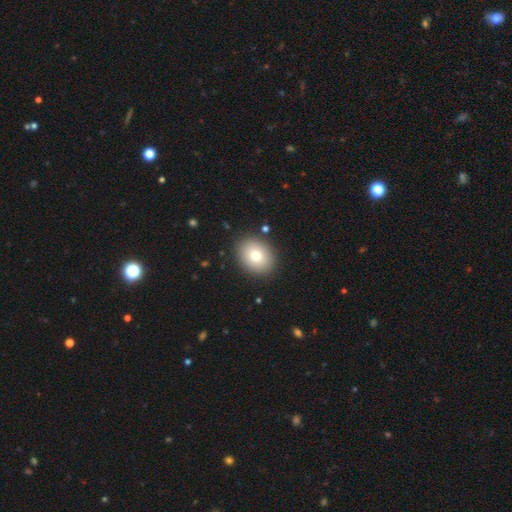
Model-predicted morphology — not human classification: This is likely a smooth galaxy (77%). How rounded: possibly round (52%). Merging: clearly none (88%).